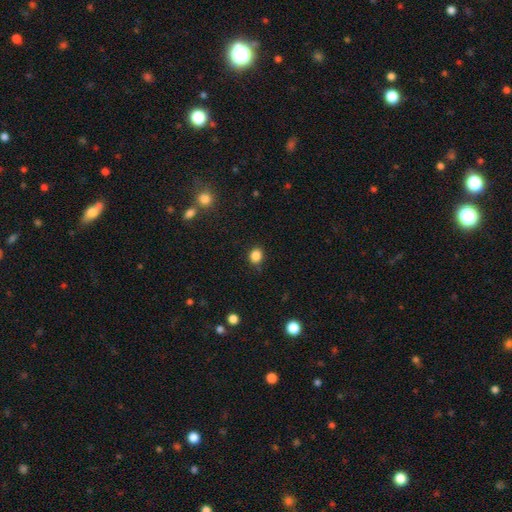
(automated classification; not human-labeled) smooth 86%, star or artifact 11%, featured or disk 4%. Down the decision tree: how rounded — round (67%); merging — none (86%).